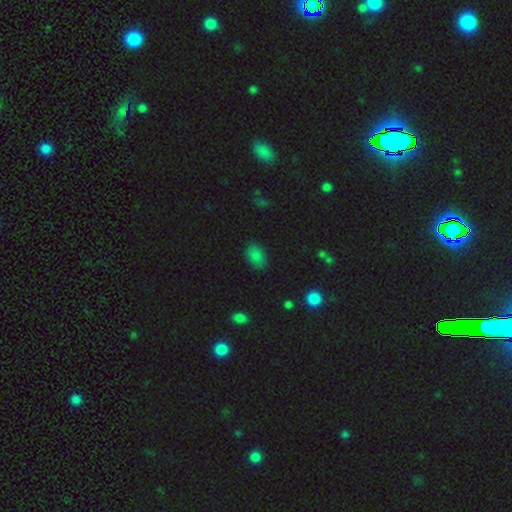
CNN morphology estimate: smooth 83%, star or artifact 12%, featured or disk 4%. Down the decision tree: how rounded — in between (85%); merging — none (83%).